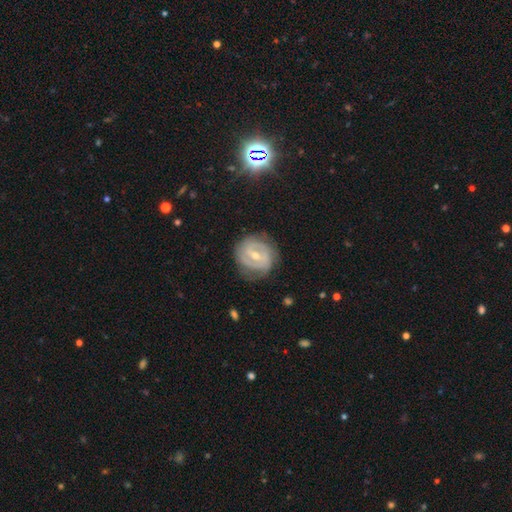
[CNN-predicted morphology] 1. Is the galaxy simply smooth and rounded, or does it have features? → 81% featured or disk, 14% smooth, 5% star or artifact.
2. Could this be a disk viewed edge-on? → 97% no, 3% yes.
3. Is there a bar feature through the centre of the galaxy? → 48% weak, 30% strong, 22% no.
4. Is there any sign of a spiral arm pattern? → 86% yes, 14% no.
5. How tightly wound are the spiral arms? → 63% tight, 29% medium, 8% loose.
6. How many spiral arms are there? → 61% 2, 21% can't tell, 9% 3, 4% 1, 3% 4, 2% more than 4.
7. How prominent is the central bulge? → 57% moderate, 40% small, 2% large, 1% none, 1% dominant.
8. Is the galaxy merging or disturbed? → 76% none, 17% minor disturbance, 6% major disturbance, 1% merger.